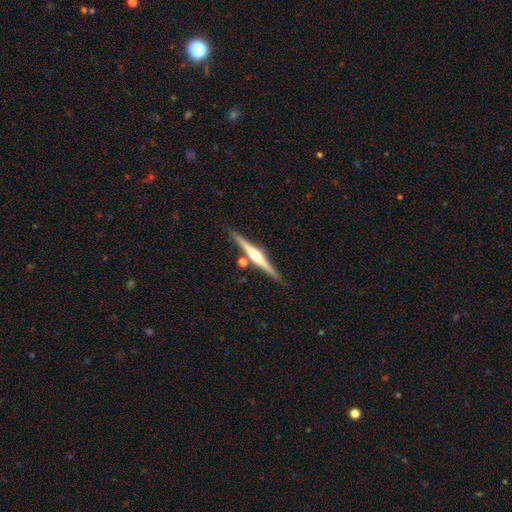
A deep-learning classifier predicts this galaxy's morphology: type=featured or disk (80%); edge-on=yes (98%); edge-on bulge=rounded (94%); merging=none (84%).